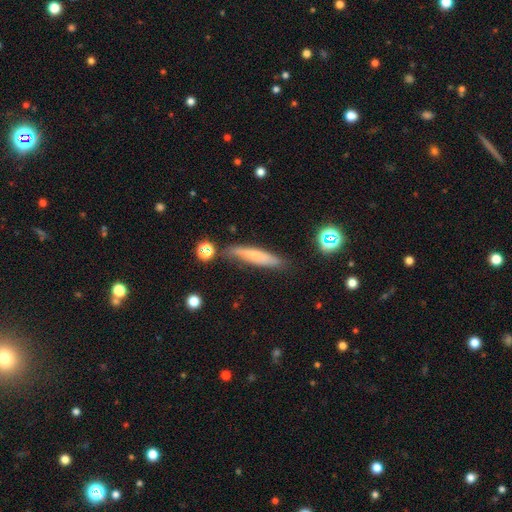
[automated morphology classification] Smooth or featured? Predicted: smooth (p=0.59). How rounded? Predicted: cigar-shaped (p=0.86). Merging? Predicted: none (p=0.75).